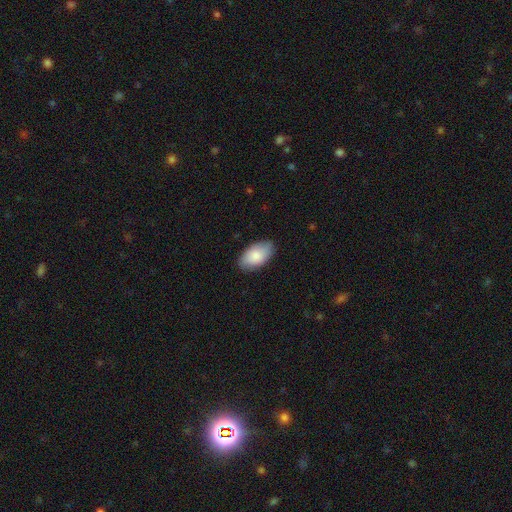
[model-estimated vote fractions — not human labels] This appears to be a smooth galaxy with no disk features (84%) that is in between round and cigar-shaped (95%). Merging: none (83%).